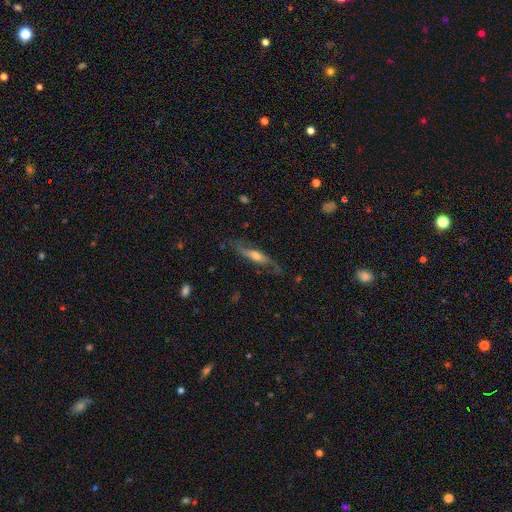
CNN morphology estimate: This is likely a featured or disk galaxy (62%). It is possibly viewed edge-on (53%). Merging: likely none (69%).